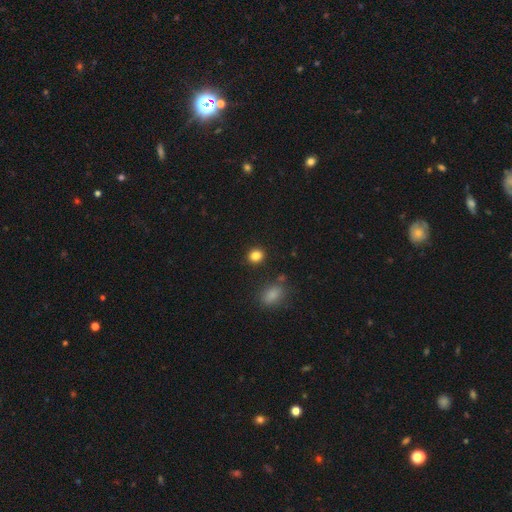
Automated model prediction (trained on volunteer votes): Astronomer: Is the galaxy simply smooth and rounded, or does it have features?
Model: smooth — 85%.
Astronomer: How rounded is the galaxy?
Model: round — 73%.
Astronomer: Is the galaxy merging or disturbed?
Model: none — 88%.